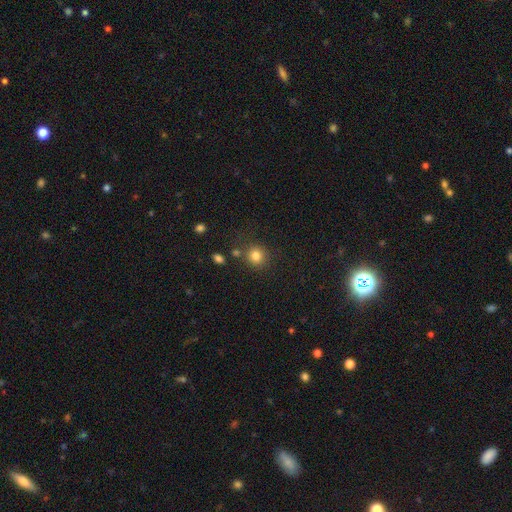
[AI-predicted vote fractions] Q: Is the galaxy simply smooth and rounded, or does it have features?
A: smooth — 81%.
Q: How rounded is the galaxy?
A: round — 87%.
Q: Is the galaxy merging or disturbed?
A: none — 78%.